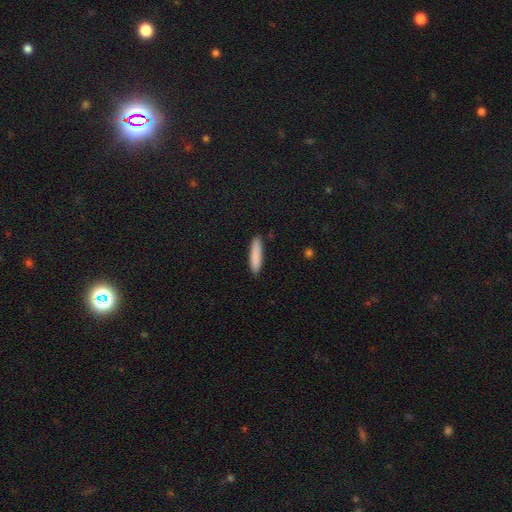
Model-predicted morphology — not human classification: Smooth or featured?
  - smooth: 86% *
  - featured or disk: 8%
  - star or artifact: 6%
How rounded?
  - cigar-shaped: 83% *
  - in between: 16%
  - round: 1%
Merging?
  - none: 88% *
  - minor disturbance: 9%
  - major disturbance: 2%
  - merger: 1%